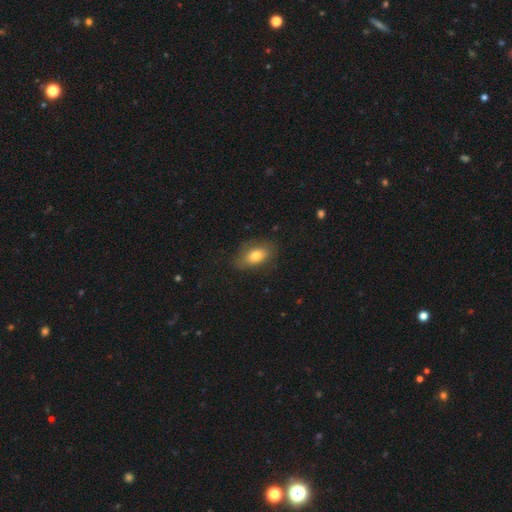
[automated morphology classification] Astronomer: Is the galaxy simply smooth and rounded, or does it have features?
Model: smooth — 76%.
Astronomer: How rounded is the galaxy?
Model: in between — 88%.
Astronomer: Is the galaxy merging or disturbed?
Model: none — 74%.